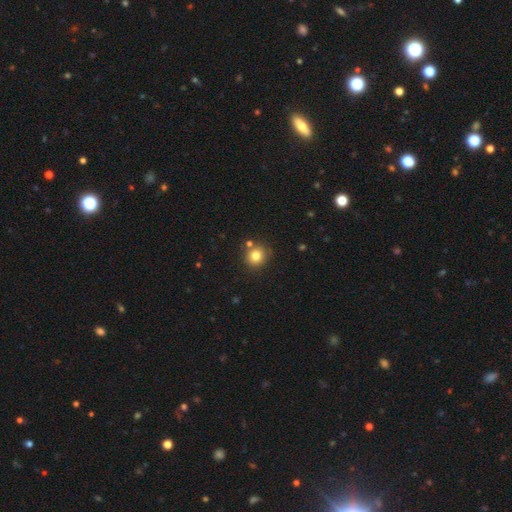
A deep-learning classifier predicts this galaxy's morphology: Smooth or featured?
  - smooth: 80% *
  - star or artifact: 12%
  - featured or disk: 8%
How rounded?
  - round: 88% *
  - in between: 11%
  - cigar-shaped: 1%
Merging?
  - none: 78% *
  - merger: 10%
  - minor disturbance: 9%
  - major disturbance: 3%